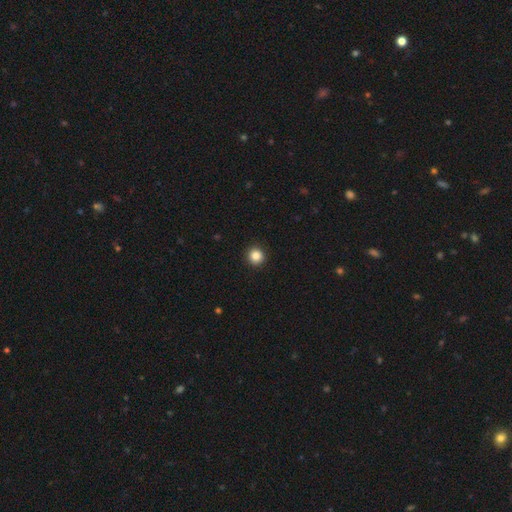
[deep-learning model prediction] Q: Smooth or featured?
A: smooth (86%); runner-up: star or artifact (10%)
Q: How rounded?
A: round (95%); runner-up: in between (4%)
Q: Merging?
A: none (93%); runner-up: minor disturbance (4%)